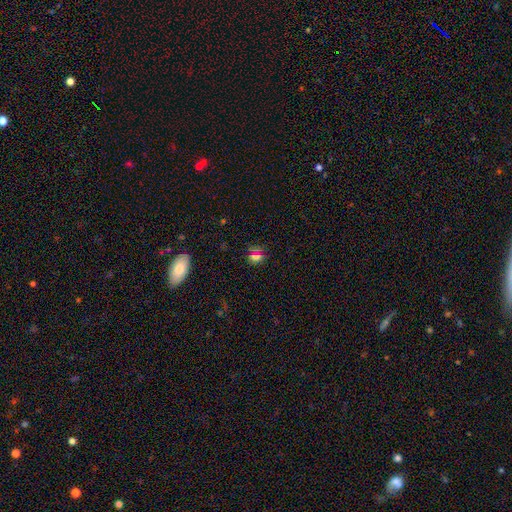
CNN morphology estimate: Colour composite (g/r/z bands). It shows a smooth galaxy with no disk features (57%) that is round (66%). Merging: none (83%).